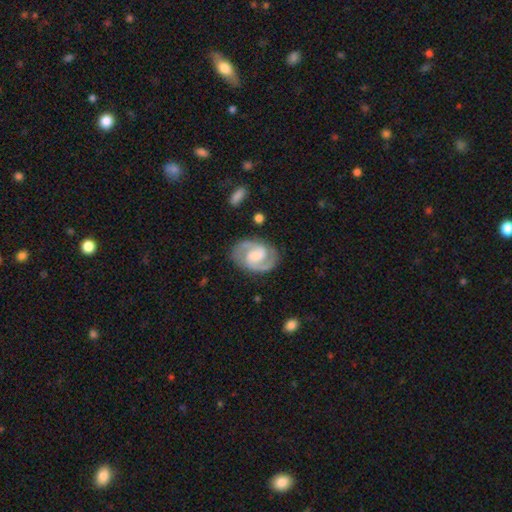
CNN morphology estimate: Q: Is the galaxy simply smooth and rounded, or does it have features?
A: featured or disk — 89%.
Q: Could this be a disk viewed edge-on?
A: no — 98%.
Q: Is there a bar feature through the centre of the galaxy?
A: weak — 45%.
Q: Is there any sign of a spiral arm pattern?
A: yes — 97%.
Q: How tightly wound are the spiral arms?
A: medium — 56%.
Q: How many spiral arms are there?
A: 2 — 93%.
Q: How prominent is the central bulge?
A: none — 29%.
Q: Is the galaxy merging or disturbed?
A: none — 81%.